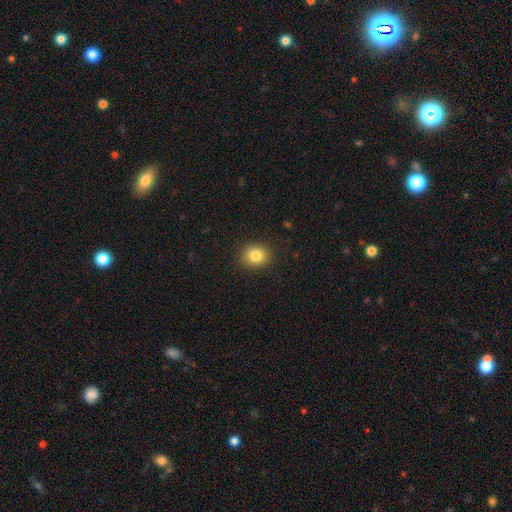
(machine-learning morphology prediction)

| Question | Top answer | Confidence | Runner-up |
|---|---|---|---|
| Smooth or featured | smooth | 83% | star or artifact (11%) |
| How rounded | round | 66% | in between (33%) |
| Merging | none | 89% | minor disturbance (8%) |